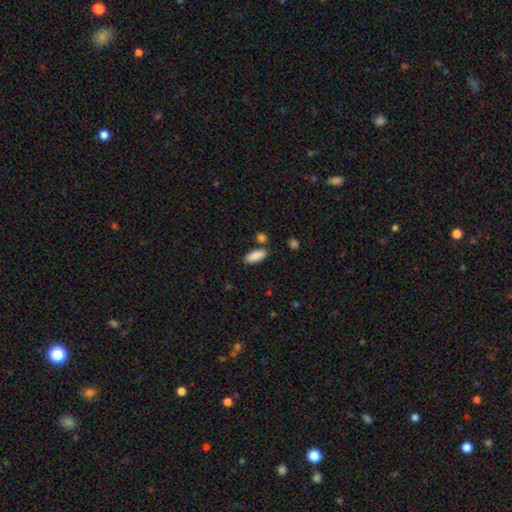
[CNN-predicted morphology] smooth_or_featured: smooth (p=0.89) [alt: star or artifact p=0.06]
how_rounded: in between (p=0.78) [alt: cigar-shaped p=0.19]
merging: none (p=0.80) [alt: minor disturbance p=0.11]